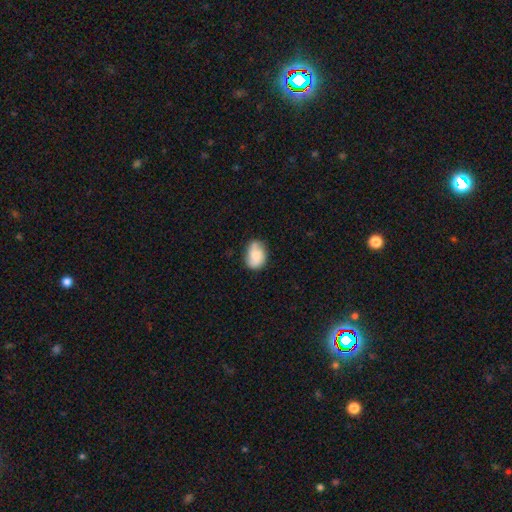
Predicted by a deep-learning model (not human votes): smooth 64%, featured or disk 28%, star or artifact 8%. Down the decision tree: how rounded — in between (73%); merging — none (66%).